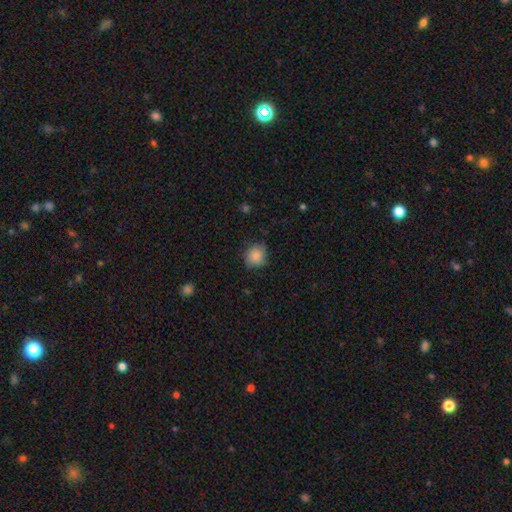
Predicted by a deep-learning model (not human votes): Morphology: type=smooth (85%); roundness=round (81%); merging=none (74%).